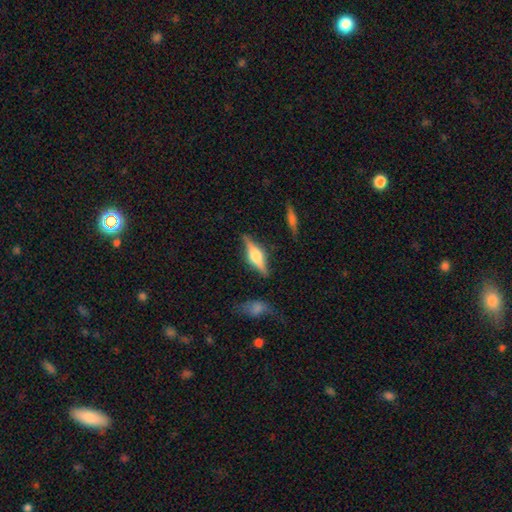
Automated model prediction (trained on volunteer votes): Smooth or featured?
  - featured or disk: 71% *
  - smooth: 23%
  - star or artifact: 6%
Edge-on disk?
  - yes: 96% *
  - no: 4%
Edge-on bulge?
  - rounded: 90% *
  - boxy: 8%
  - none: 2%
Merging?
  - none: 82% *
  - minor disturbance: 12%
  - major disturbance: 3%
  - merger: 3%